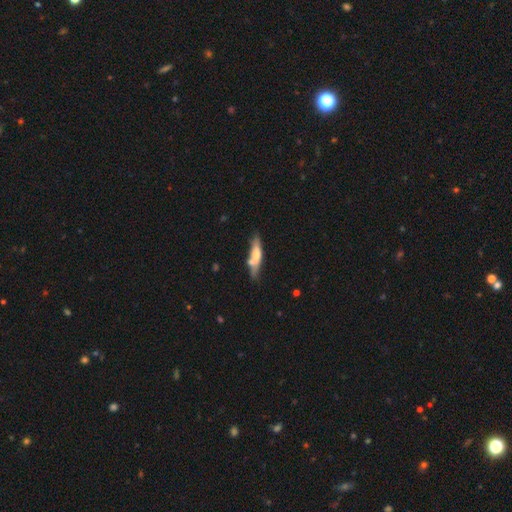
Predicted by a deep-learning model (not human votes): A smooth galaxy with no disk features (53%) that is cigar-shaped (74%). Merging: none (55%).